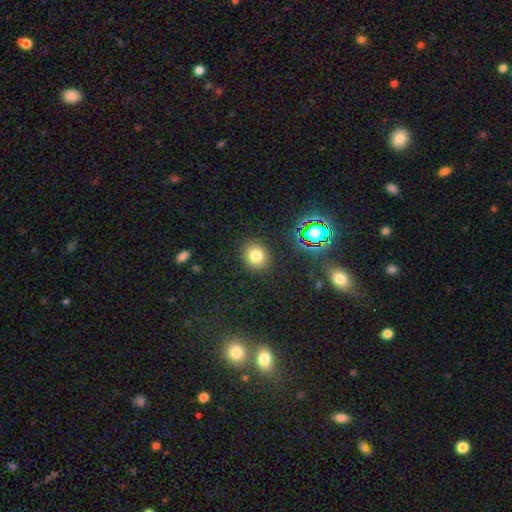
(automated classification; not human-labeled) Q: Smooth or featured?
A: smooth (77%); runner-up: star or artifact (15%)
Q: How rounded?
A: round (77%); runner-up: in between (22%)
Q: Merging?
A: none (88%); runner-up: minor disturbance (7%)